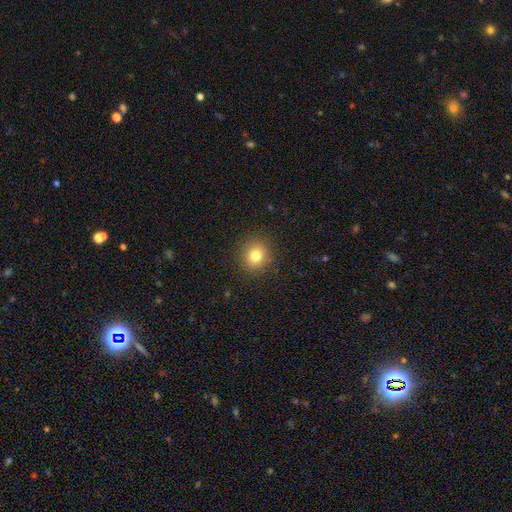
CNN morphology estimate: type=smooth (80%); roundness=round (84%); merging=none (90%).